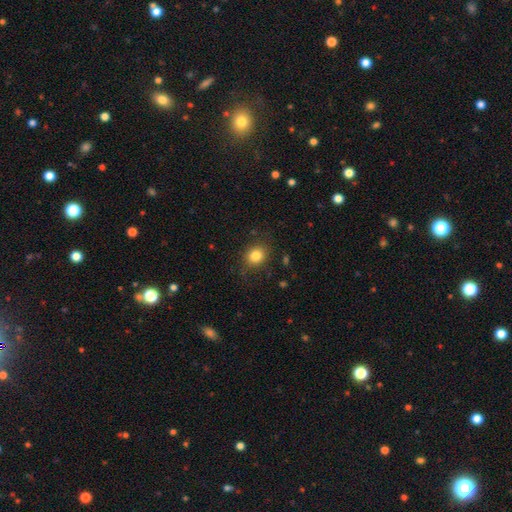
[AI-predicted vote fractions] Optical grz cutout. It shows a smooth galaxy with no disk features (83%) that is round (71%). Merging: none (80%).